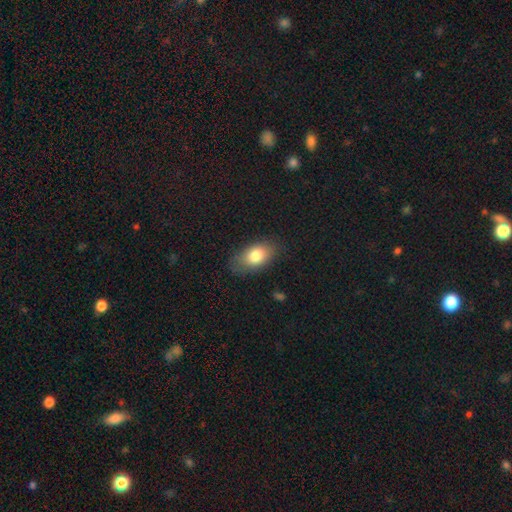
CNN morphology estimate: Smooth or featured? Predicted: smooth (p=0.79). How rounded? Predicted: in between (p=0.89). Merging? Predicted: none (p=0.79).